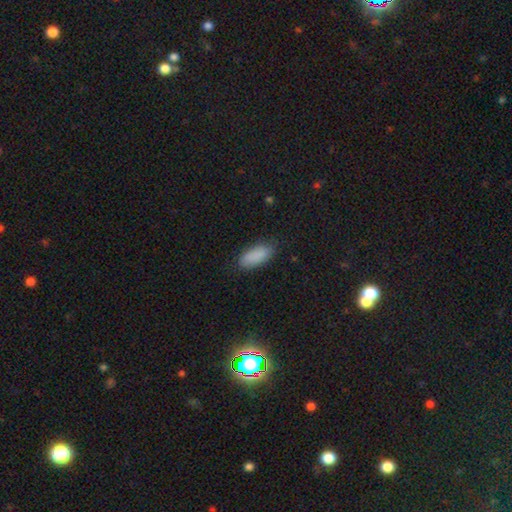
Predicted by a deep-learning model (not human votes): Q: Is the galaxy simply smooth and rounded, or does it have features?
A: smooth — 89%.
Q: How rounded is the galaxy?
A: in between — 83%.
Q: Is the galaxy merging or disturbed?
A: none — 83%.